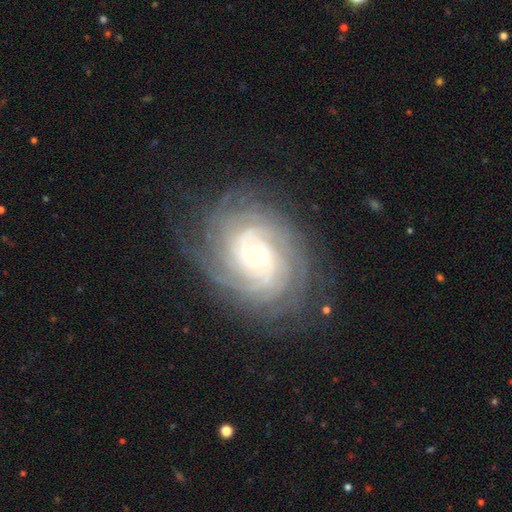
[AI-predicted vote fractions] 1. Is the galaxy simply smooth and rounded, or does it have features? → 89% featured or disk, 6% star or artifact, 5% smooth.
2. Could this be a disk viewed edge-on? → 97% no, 3% yes.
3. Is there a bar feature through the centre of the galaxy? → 64% no, 27% weak, 9% strong.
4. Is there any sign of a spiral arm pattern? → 98% yes, 2% no.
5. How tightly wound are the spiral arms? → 79% tight, 17% medium, 4% loose.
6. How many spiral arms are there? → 26% can't tell, 23% more than 4, 21% 4, 12% 3, 11% 2, 7% 1.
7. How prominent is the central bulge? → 72% small, 24% moderate, 2% large, 1% none, 1% dominant.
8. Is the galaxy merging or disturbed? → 79% none, 14% minor disturbance, 6% major disturbance, 1% merger.